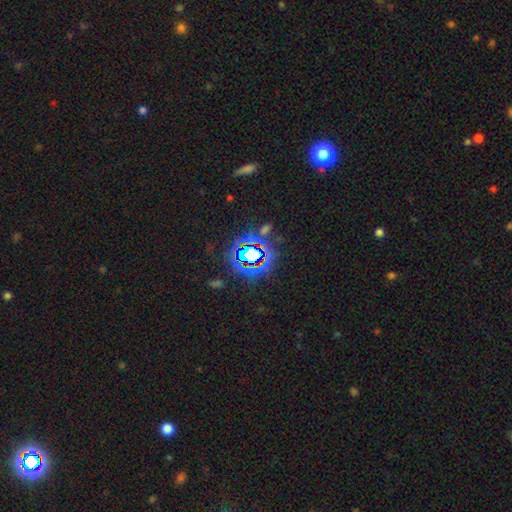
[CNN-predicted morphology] A star or artifact, not a galaxy (72%).